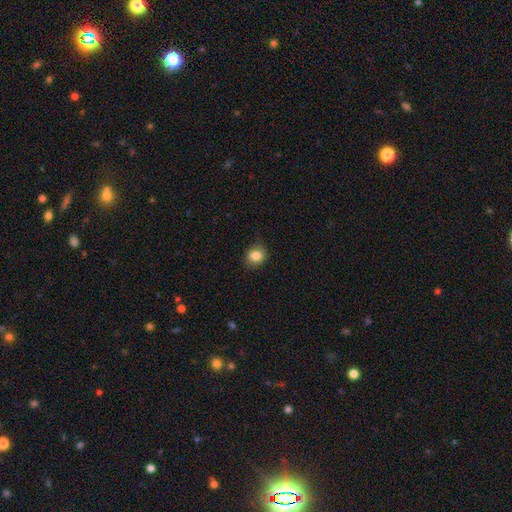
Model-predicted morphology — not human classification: smooth_or_featured: smooth (p=0.83) [alt: star or artifact p=0.10]
how_rounded: round (p=0.67) [alt: in between p=0.32]
merging: none (p=0.79) [alt: minor disturbance p=0.16]